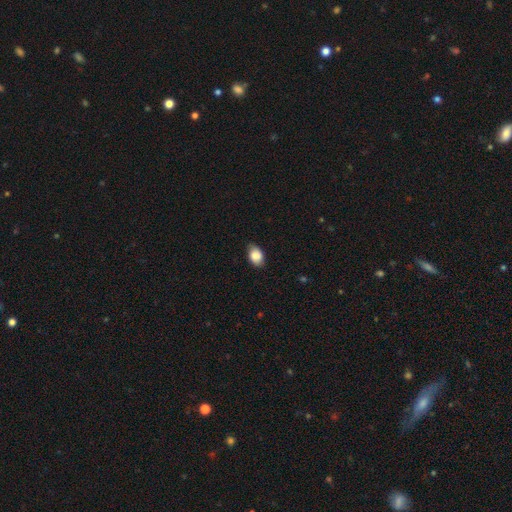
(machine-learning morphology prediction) A smooth galaxy with no disk features (85%) that is in between round and cigar-shaped (88%).

Vote fractions:
- Smooth or featured? smooth: 85% / featured or disk: 8% / star or artifact: 7%
- How rounded? in between: 88% / round: 11% / cigar-shaped: 1%
- Merging? none: 79% / minor disturbance: 17% / major disturbance: 3% / merger: 1%